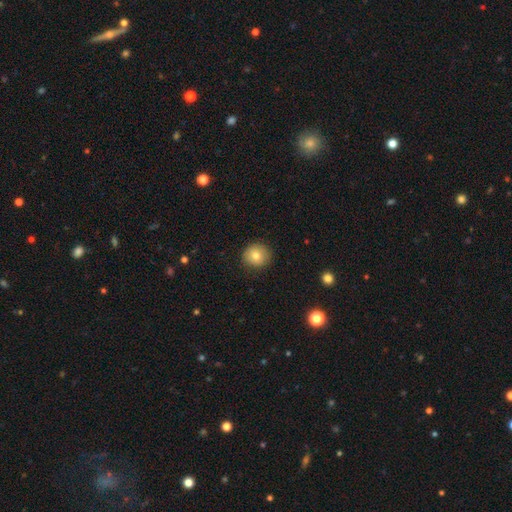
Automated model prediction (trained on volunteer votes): Smooth or featured? smooth (80%)
How rounded? round (89%)
Merging? none (89%)